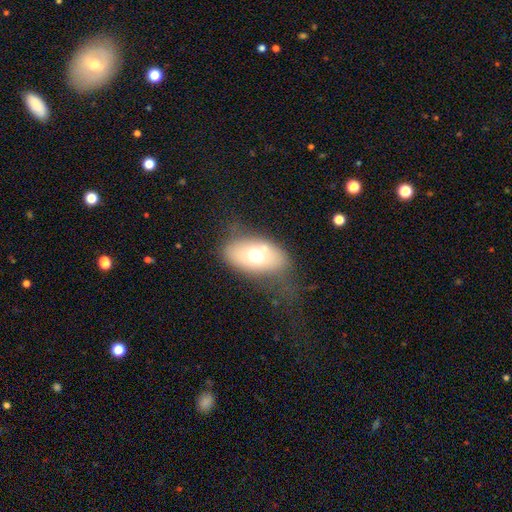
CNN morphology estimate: This is likely a smooth galaxy (61%). How rounded: clearly in between (85%). Merging: possibly none (53%).